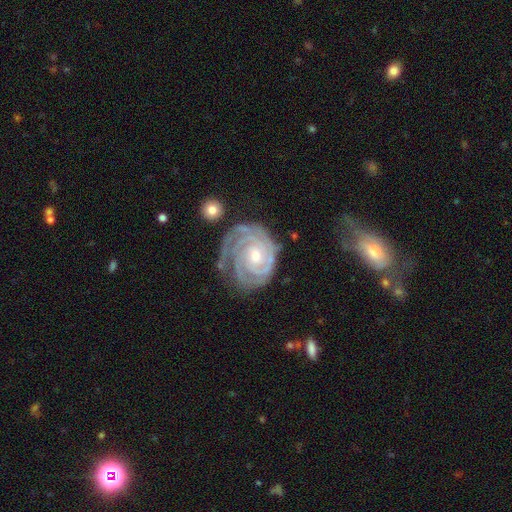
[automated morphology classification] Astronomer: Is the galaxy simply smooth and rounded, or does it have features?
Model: featured or disk — 92%.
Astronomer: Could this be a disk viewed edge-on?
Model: no — 98%.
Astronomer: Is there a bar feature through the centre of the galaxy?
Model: no — 68%.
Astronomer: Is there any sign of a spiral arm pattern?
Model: yes — 98%.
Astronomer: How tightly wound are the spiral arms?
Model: tight — 85%.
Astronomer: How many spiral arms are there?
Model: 3 — 32% (runner-up: 2, 25%).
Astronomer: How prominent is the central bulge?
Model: small — 49% (runner-up: moderate, 46%).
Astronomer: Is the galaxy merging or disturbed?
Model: none — 69%.